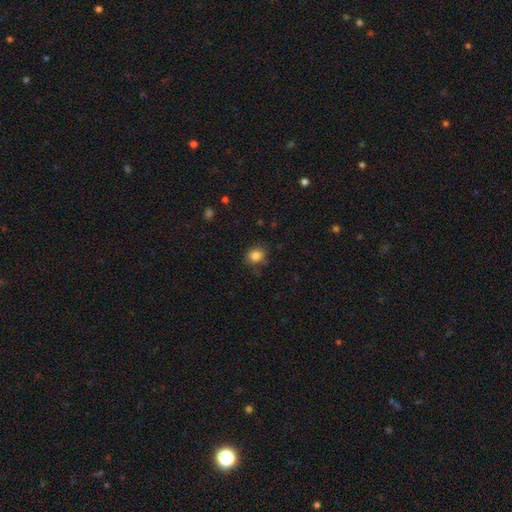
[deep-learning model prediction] This is clearly a smooth galaxy (84%). How rounded: likely round (67%). Merging: likely none (74%).